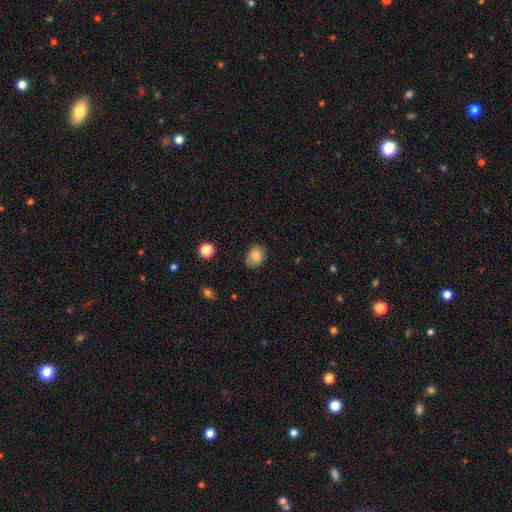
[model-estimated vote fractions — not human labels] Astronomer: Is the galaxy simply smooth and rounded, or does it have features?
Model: smooth — 80%.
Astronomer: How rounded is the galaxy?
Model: in between — 61% (runner-up: round, 38%).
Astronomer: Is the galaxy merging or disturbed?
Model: none — 73%.